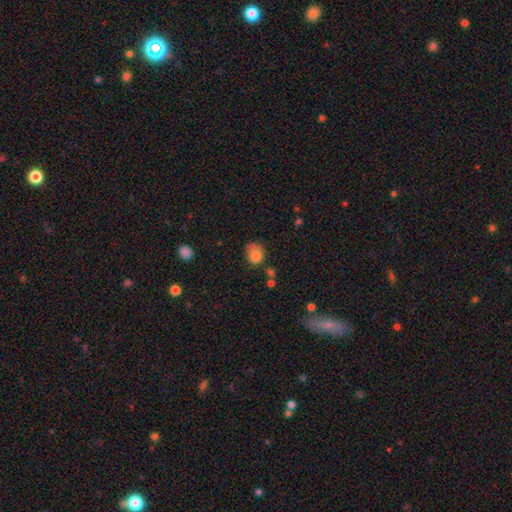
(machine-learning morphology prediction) This is clearly a smooth galaxy (80%). How rounded: possibly round (57%). Merging: marginally none (42%).